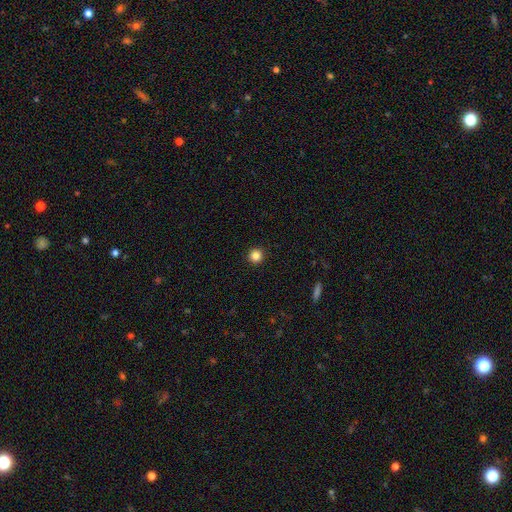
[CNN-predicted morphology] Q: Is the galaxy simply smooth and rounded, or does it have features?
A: smooth — 85%.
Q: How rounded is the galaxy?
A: round — 96%.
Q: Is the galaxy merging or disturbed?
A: none — 93%.